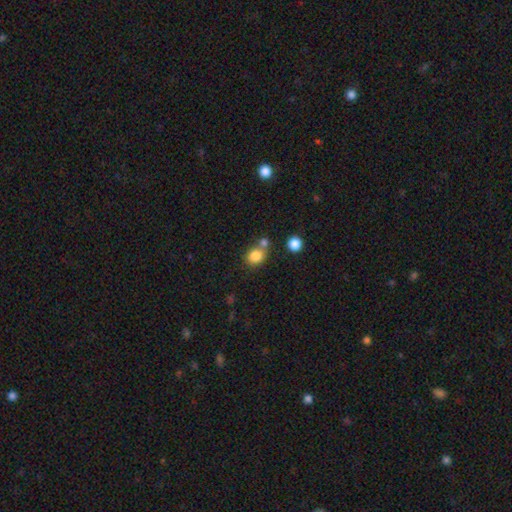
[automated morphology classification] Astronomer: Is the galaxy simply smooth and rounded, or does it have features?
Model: smooth — 83%.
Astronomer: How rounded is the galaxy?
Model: round — 71%.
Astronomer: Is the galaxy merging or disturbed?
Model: none — 56%.